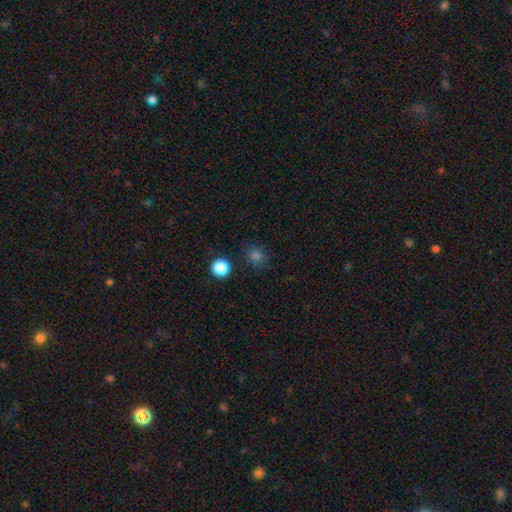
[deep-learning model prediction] This appears to be a smooth galaxy with no disk features (77%) that is round (83%). Merging: none (84%).